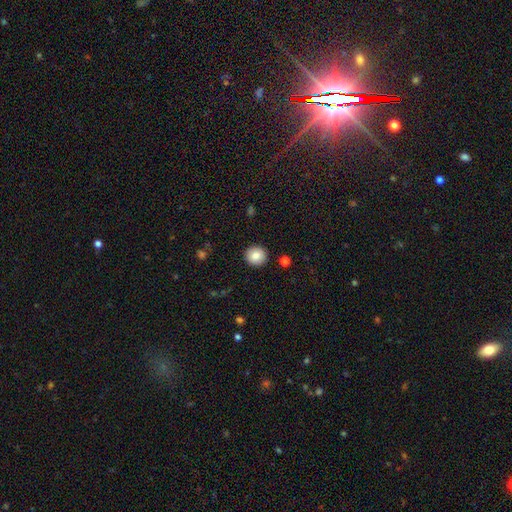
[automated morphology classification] A smooth galaxy with no disk features (85%) that is round (92%). Merging: none (92%).